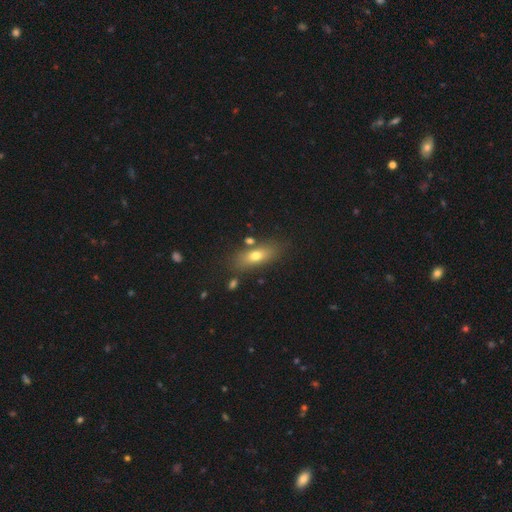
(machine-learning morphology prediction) smooth 69%, featured or disk 22%, star or artifact 9%. Down the decision tree: how rounded — in between (71%); merging — none (77%).